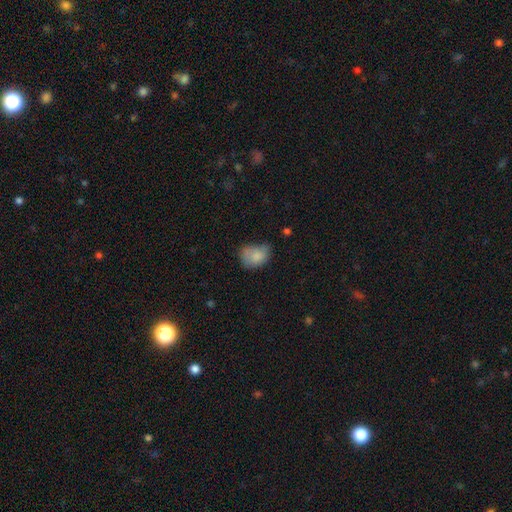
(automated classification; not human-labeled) The model was most divided on "merging": minor disturbance: 39%, none: 38%, major disturbance: 16%, merger: 7%. More confident: smooth or featured — smooth (80%); how rounded — in between (71%).